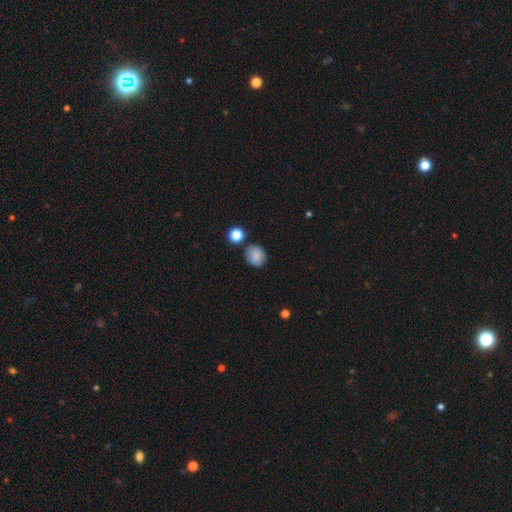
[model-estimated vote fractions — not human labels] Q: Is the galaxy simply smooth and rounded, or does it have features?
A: smooth — 85%.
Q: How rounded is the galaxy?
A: round — 70%.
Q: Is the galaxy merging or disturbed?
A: none — 77%.